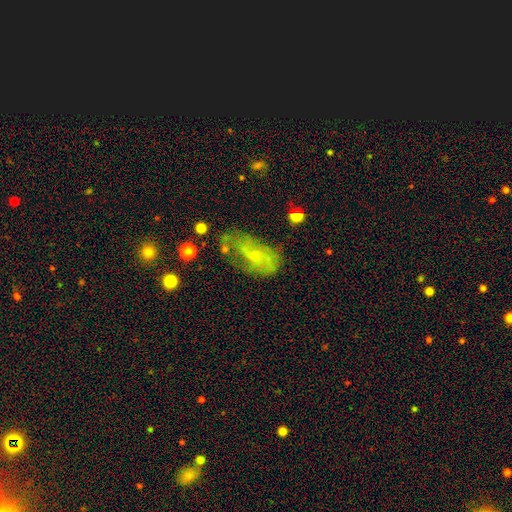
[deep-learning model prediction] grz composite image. It shows a featured or disk galaxy (50%). Merging: none (41%).